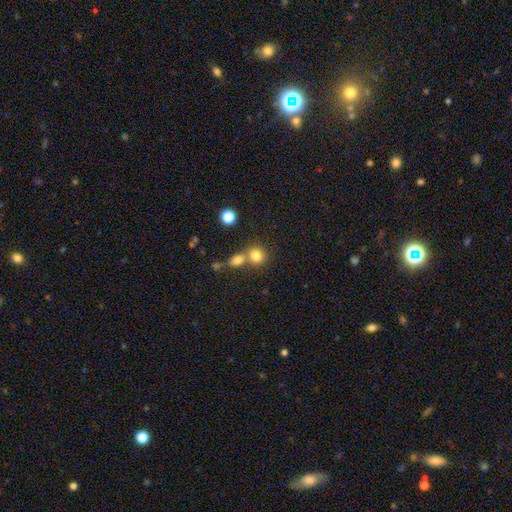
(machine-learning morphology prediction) Smooth or featured? smooth (80%)
How rounded? round (77%)
Merging? none (44%, tied with merger)